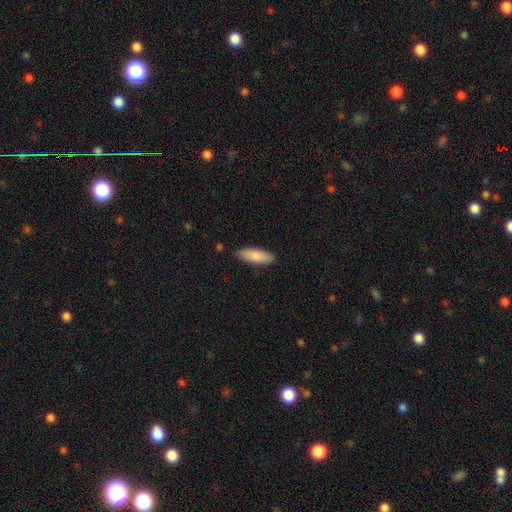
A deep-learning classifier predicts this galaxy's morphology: Smooth or featured: smooth — 86% (featured or disk — 8%)
How rounded: in between — 65% (cigar-shaped — 34%)
Merging: none — 87% (minor disturbance — 10%)